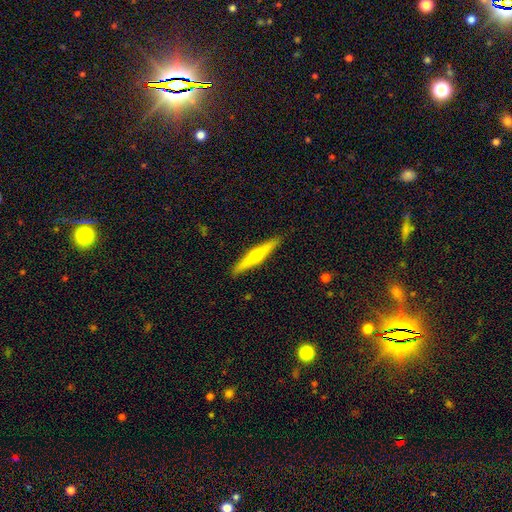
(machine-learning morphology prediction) Smooth or featured?
  - featured or disk: 58% *
  - smooth: 37%
  - star or artifact: 5%
Edge-on disk?
  - yes: 97% *
  - no: 3%
Edge-on bulge?
  - rounded: 88% *
  - none: 9%
  - boxy: 4%
Merging?
  - none: 91% *
  - minor disturbance: 6%
  - major disturbance: 1%
  - merger: 1%